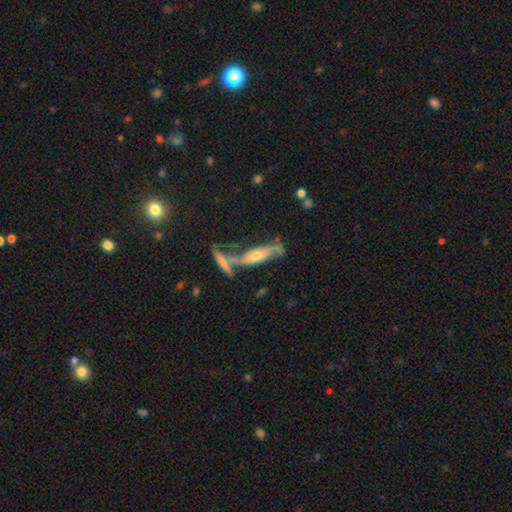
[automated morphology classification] type=featured or disk (65%); edge-on=yes (74%); merging=none (48%).